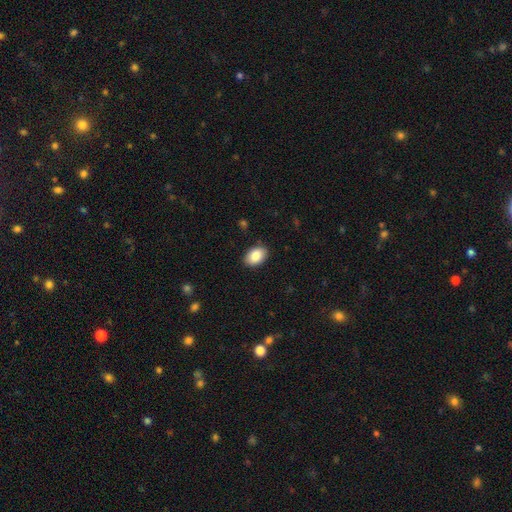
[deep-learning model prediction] The model was most divided on "how rounded": in between: 88%, round: 11%, cigar-shaped: 1%. More confident: merging — none (88%); smooth or featured — smooth (87%).